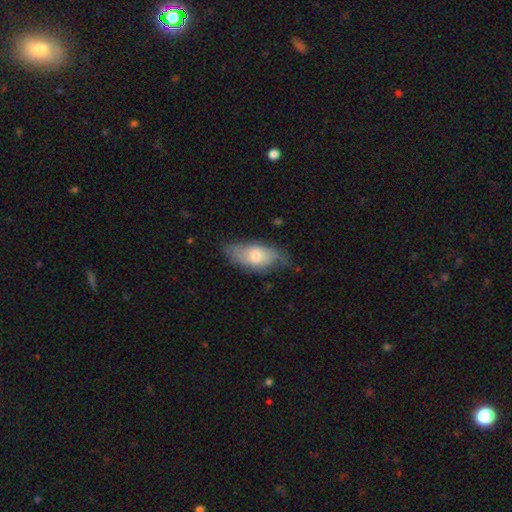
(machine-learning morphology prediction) smooth 60%, featured or disk 33%, star or artifact 6%. Down the decision tree: how rounded — in between (87%); merging — none (60%).